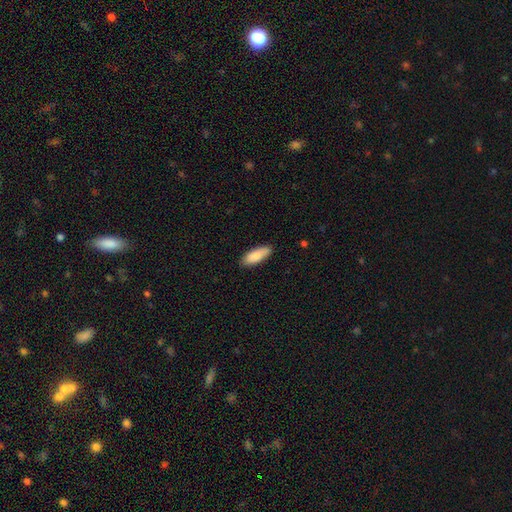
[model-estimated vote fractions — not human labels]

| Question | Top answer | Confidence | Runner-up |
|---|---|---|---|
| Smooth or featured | smooth | 87% | featured or disk (7%) |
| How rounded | in between | 68% | cigar-shaped (31%) |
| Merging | none | 84% | minor disturbance (13%) |